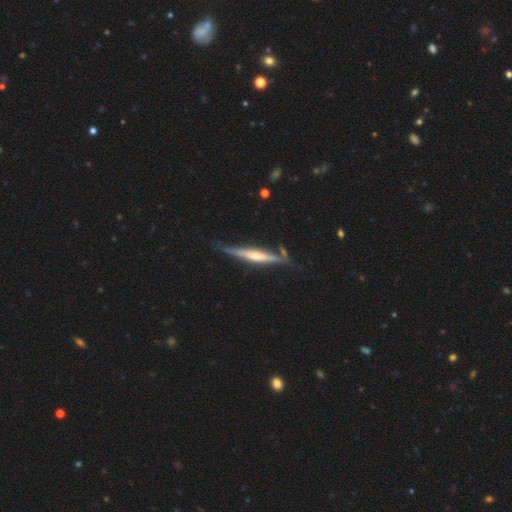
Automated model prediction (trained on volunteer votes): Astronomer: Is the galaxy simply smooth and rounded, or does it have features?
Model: featured or disk — 72%.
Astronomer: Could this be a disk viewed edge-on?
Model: yes — 95%.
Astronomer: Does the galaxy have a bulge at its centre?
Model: rounded — 56%.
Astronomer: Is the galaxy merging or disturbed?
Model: none — 68%.